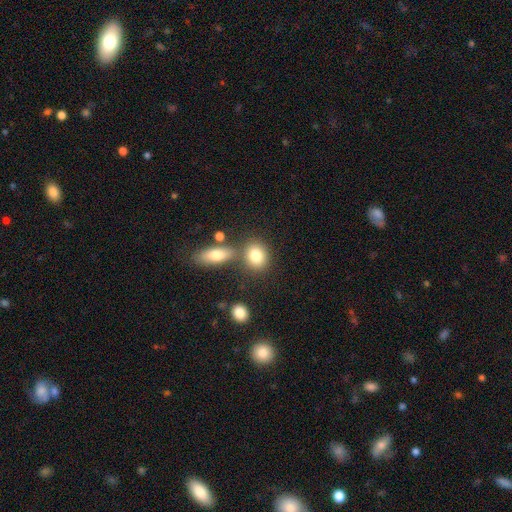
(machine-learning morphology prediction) type=smooth (81%); roundness=round (58%); merging=none (65%).